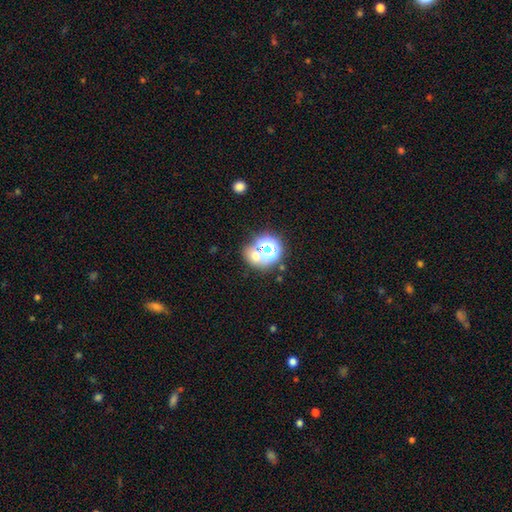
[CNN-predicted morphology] This is possibly a smooth galaxy (51%). How rounded: likely round (74%). Merging: possibly none (54%).